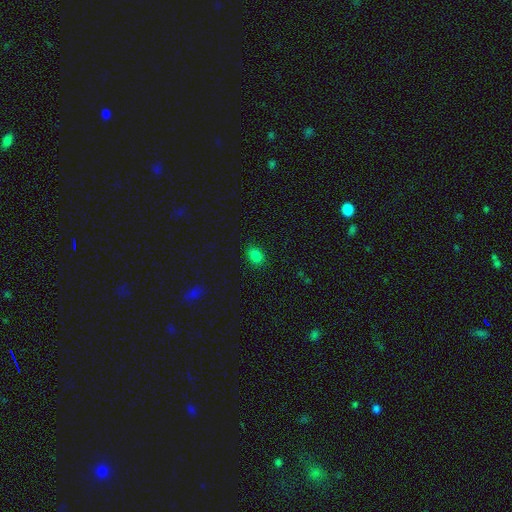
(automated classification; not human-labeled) The model was most divided on "how rounded": in between: 72%, round: 27%, cigar-shaped: 1%. More confident: merging — none (86%); smooth or featured — smooth (82%).